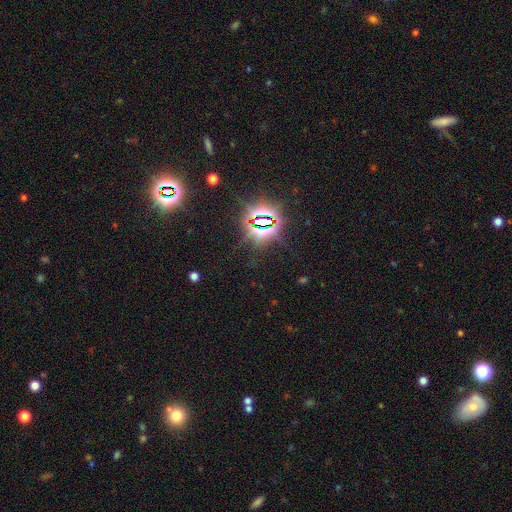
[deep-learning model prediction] star or artifact 82%, smooth 10%, featured or disk 7%.